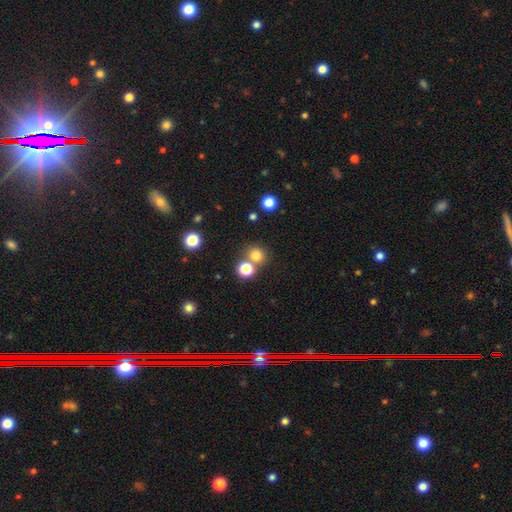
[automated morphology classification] smooth-or-featured: smooth: 77% | star or artifact: 17% | featured or disk: 6%
  how-rounded: round: 88% | in between: 11% | cigar-shaped: 1%
  merging: none: 67% | merger: 23% | minor disturbance: 7% | major disturbance: 3%